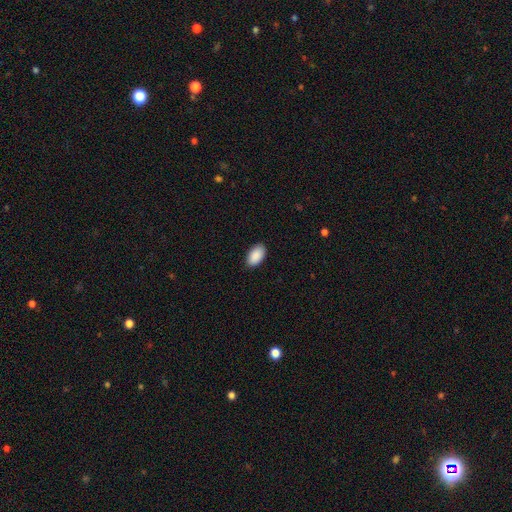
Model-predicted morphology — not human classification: Smooth or featured: smooth — 91% (star or artifact — 6%)
How rounded: in between — 95% (round — 4%)
Merging: none — 88% (minor disturbance — 9%)